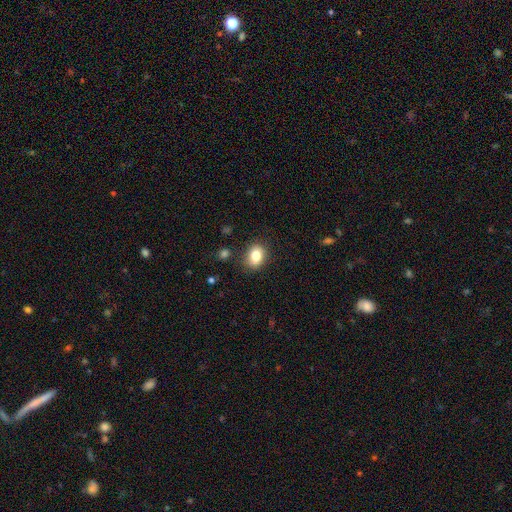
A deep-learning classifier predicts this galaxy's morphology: A smooth galaxy with no disk features (81%) that is in between round and cigar-shaped (58%).

Vote fractions:
- Smooth or featured? smooth: 81% / star or artifact: 10% / featured or disk: 9%
- How rounded? in between: 58% / round: 41% / cigar-shaped: 1%
- Merging? none: 83% / minor disturbance: 12% / major disturbance: 3% / merger: 2%